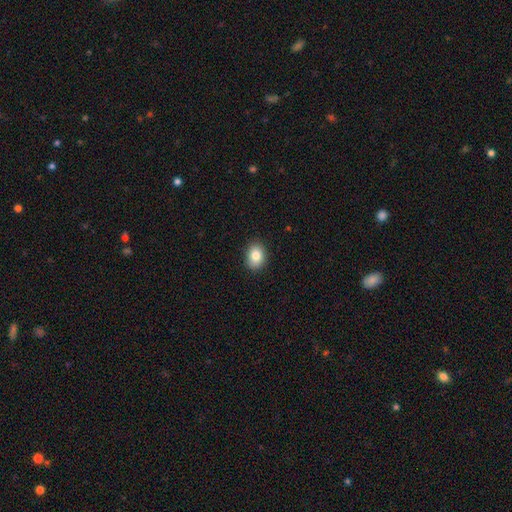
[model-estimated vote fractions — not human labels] Smooth or featured?
  - smooth: 84% *
  - star or artifact: 9%
  - featured or disk: 8%
How rounded?
  - in between: 65% *
  - round: 34%
  - cigar-shaped: 1%
Merging?
  - none: 89% *
  - minor disturbance: 8%
  - major disturbance: 2%
  - merger: 1%